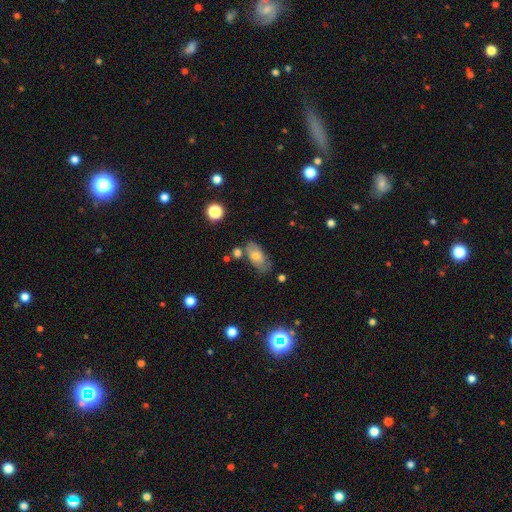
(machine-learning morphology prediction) type=smooth (64%); roundness=in between (89%); merging=none (65%).